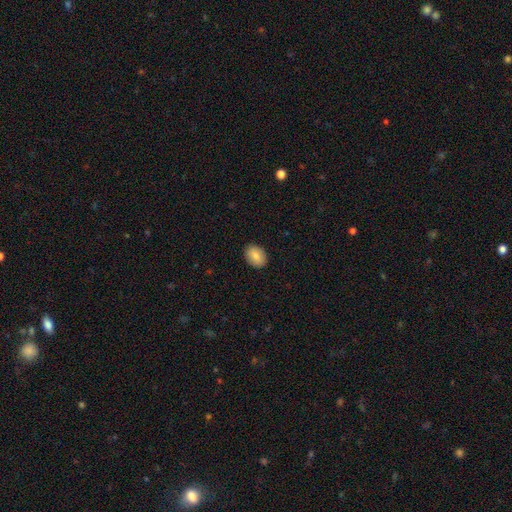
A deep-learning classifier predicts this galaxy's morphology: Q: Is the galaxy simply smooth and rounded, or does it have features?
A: smooth — 83%.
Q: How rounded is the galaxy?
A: in between — 75%.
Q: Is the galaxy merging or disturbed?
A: none — 90%.